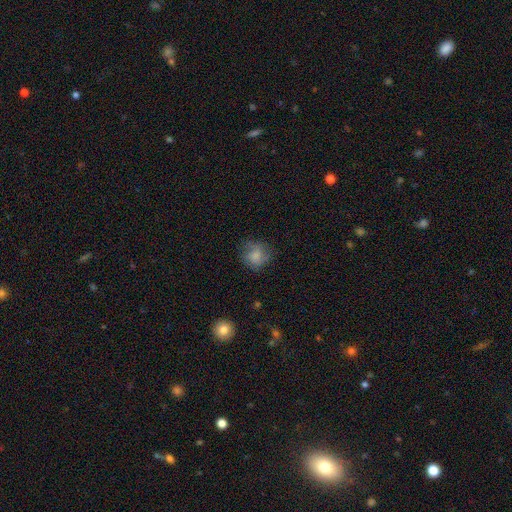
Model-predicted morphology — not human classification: type=smooth (69%); roundness=round (80%); merging=none (66%).